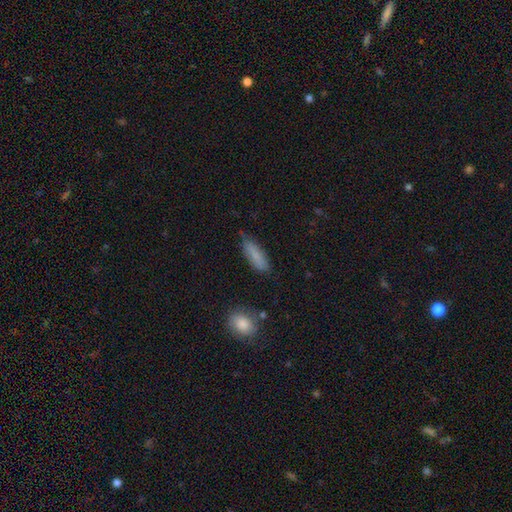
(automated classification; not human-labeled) Smooth or featured? smooth (81%)
How rounded? cigar-shaped (53%)
Merging? none (69%)